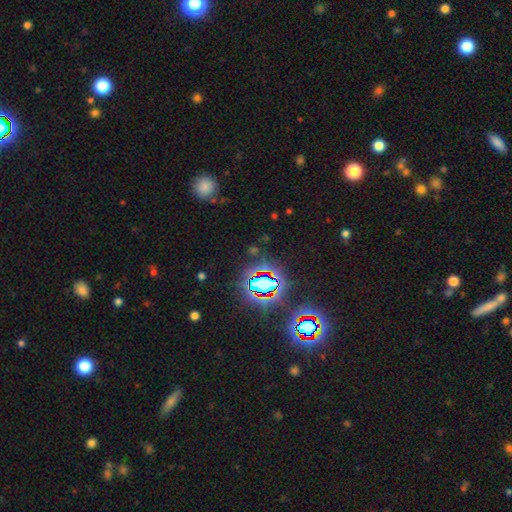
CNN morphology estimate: star or artifact 76%, smooth 14%, featured or disk 10%.